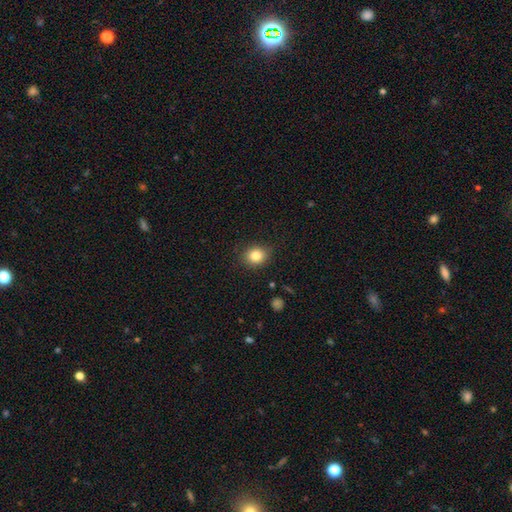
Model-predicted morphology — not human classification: smooth-or-featured: smooth: 83% | star or artifact: 11% | featured or disk: 7%
  how-rounded: round: 71% | in between: 28% | cigar-shaped: 1%
  merging: none: 85% | minor disturbance: 11% | major disturbance: 3% | merger: 1%